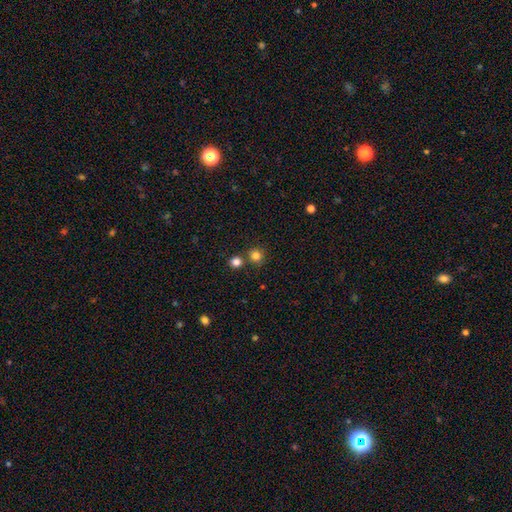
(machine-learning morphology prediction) A smooth galaxy with no disk features (81%) that is round (92%).

Vote fractions:
- Smooth or featured? smooth: 81% / star or artifact: 13% / featured or disk: 5%
- How rounded? round: 92% / in between: 7% / cigar-shaped: 1%
- Merging? none: 76% / merger: 14% / minor disturbance: 7% / major disturbance: 3%